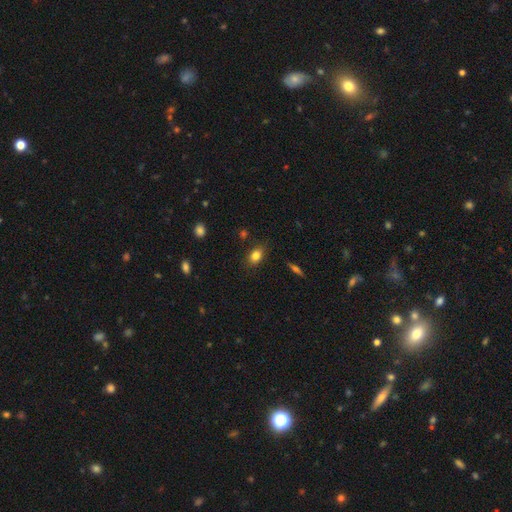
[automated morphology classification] smooth 82%, star or artifact 9%, featured or disk 8%. Down the decision tree: how rounded — in between (75%); merging — none (80%).